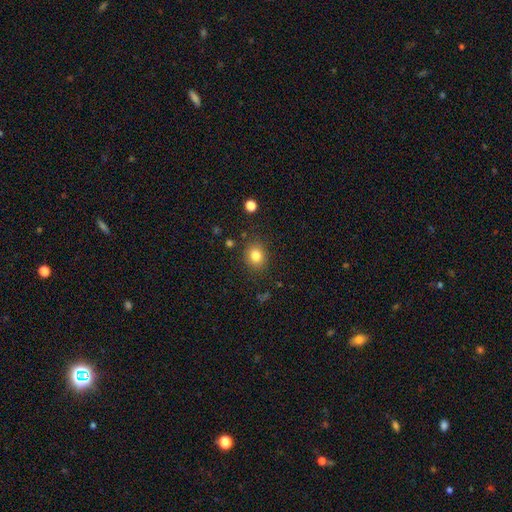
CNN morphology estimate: This appears to be a smooth galaxy with no disk features (82%) that is round (72%). Merging: none (85%).